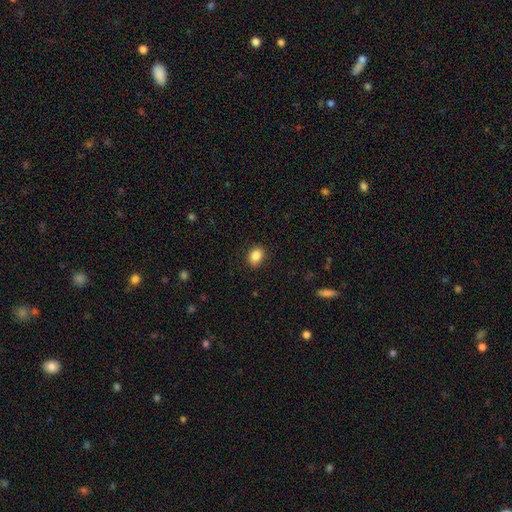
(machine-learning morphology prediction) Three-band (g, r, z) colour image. It shows a smooth galaxy with no disk features (86%) that is in between round and cigar-shaped (64%). Merging: none (86%).